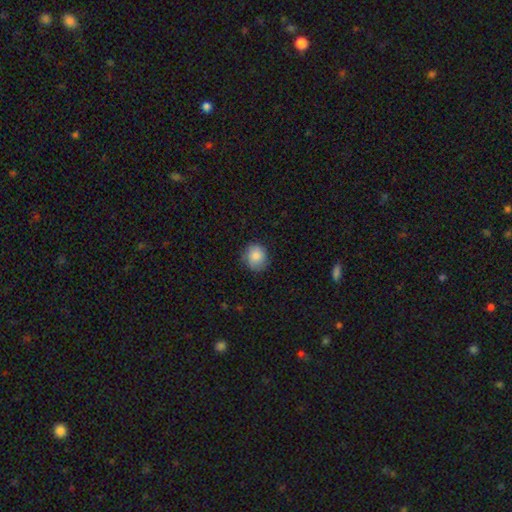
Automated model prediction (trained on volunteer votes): A smooth galaxy with no disk features (87%) that is round (84%).

Vote fractions:
- Smooth or featured? smooth: 87% / star or artifact: 8% / featured or disk: 6%
- How rounded? round: 84% / in between: 15% / cigar-shaped: 1%
- Merging? none: 81% / minor disturbance: 15% / major disturbance: 3% / merger: 1%